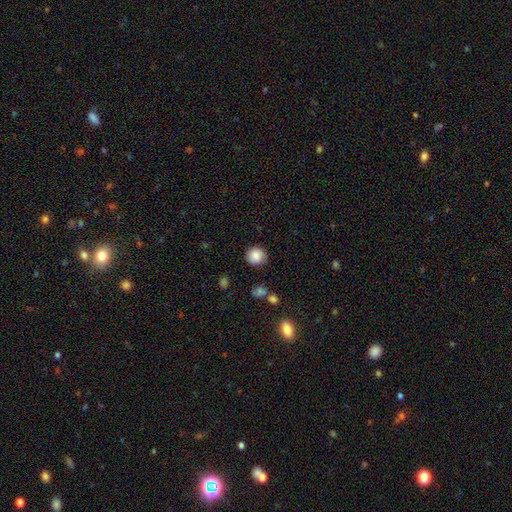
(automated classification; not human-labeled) Overall: smooth (82%). How rounded: round (90%). Merging: none (77%).